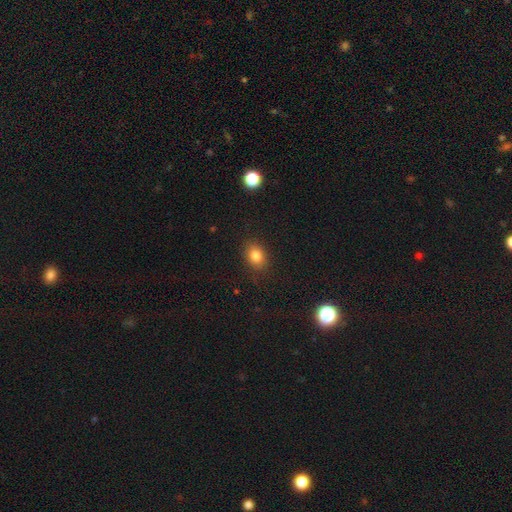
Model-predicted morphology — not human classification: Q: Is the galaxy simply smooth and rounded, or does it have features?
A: smooth — 83%.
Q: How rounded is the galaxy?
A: in between — 61%.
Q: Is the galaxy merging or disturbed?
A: none — 86%.